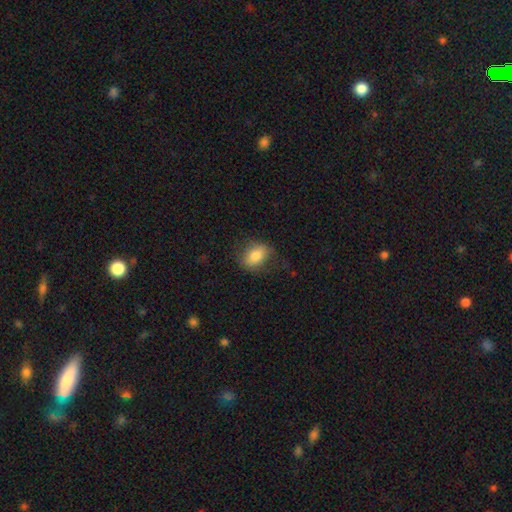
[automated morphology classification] smooth 78%, featured or disk 14%, star or artifact 8%. Down the decision tree: how rounded — in between (75%); merging — none (72%).